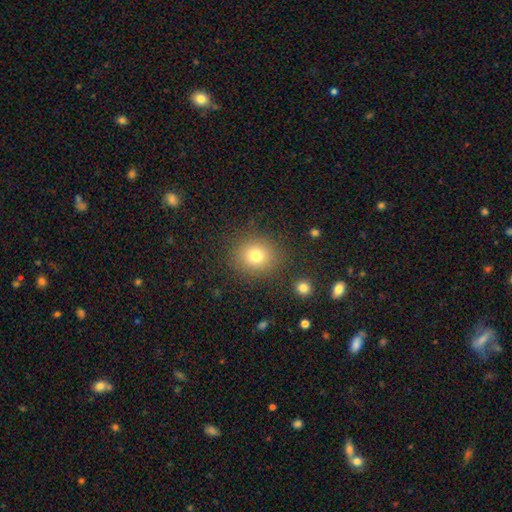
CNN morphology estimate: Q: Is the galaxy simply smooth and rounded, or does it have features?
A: smooth — 76%.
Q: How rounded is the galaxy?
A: round — 82%.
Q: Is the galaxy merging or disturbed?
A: none — 85%.